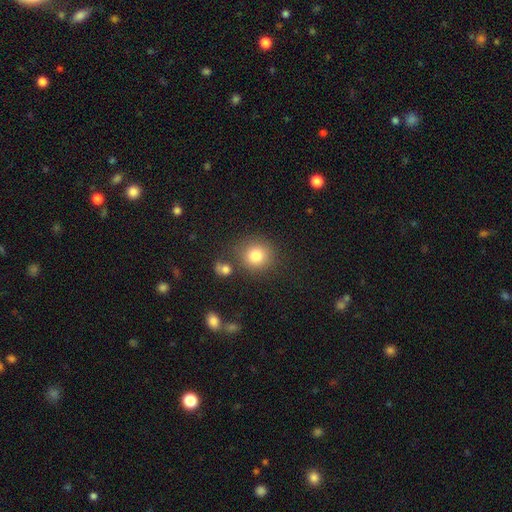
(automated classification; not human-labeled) Overall: smooth (81%). How rounded: round (89%). Merging: none (79%).